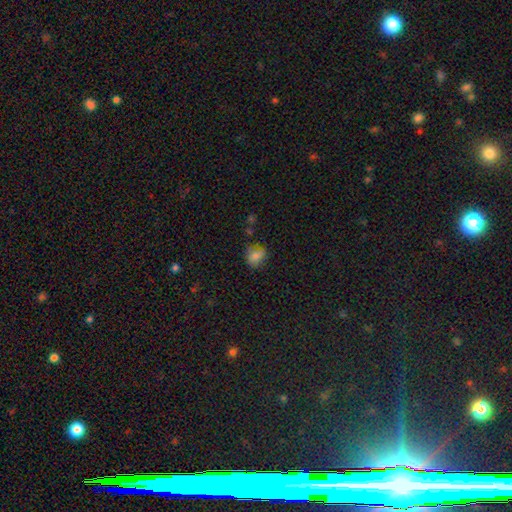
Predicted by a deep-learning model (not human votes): Overall: smooth (78%). How rounded: in between (49%, tied with round). Merging: none (67%).